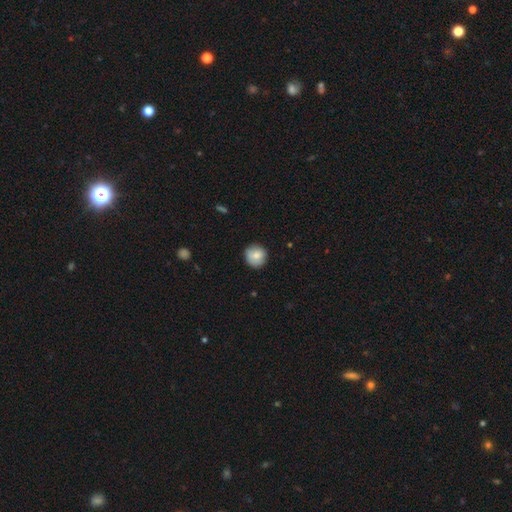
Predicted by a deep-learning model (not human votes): Overall: smooth (80%). How rounded: round (91%). Merging: none (82%).